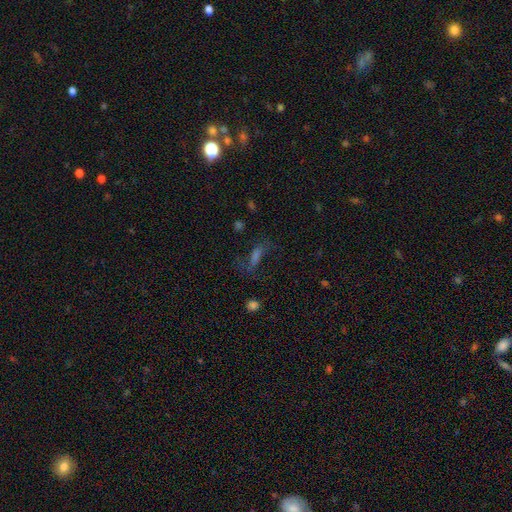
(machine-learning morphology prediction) smooth 36%, featured or disk 33%, star or artifact 31%. Down the decision tree: merging — none (59%).